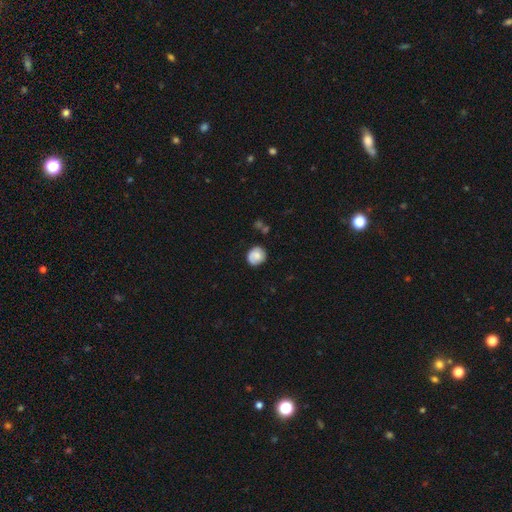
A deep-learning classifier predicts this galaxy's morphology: type=smooth (67%); roundness=round (75%); merging=none (70%).